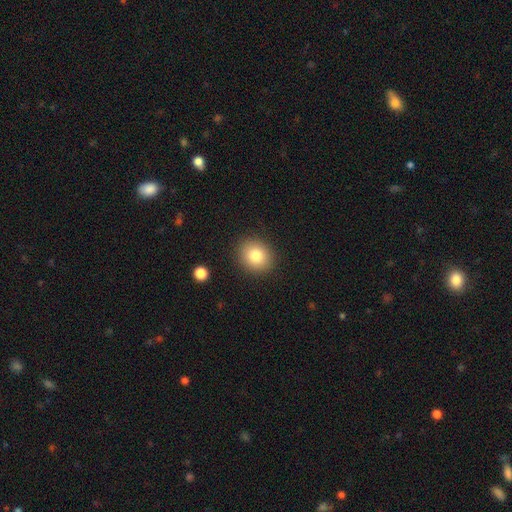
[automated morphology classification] A smooth galaxy with no disk features (81%) that is round (72%). Merging: none (89%).